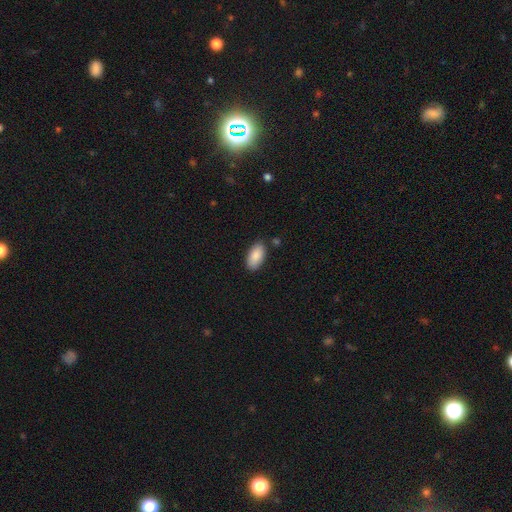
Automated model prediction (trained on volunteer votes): Q: Smooth or featured?
A: smooth (88%); runner-up: star or artifact (6%)
Q: How rounded?
A: in between (94%); runner-up: cigar-shaped (4%)
Q: Merging?
A: none (82%); runner-up: minor disturbance (12%)